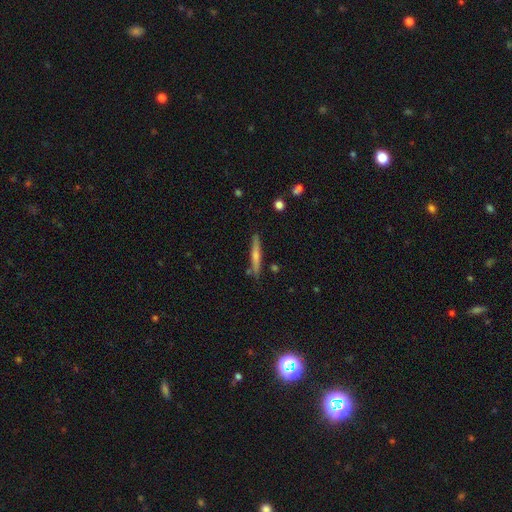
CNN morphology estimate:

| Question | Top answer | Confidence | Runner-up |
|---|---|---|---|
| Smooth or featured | featured or disk | 56% | smooth (38%) |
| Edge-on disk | yes | 97% | no (3%) |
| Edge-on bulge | rounded | 68% | none (26%) |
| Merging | none | 87% | minor disturbance (9%) |